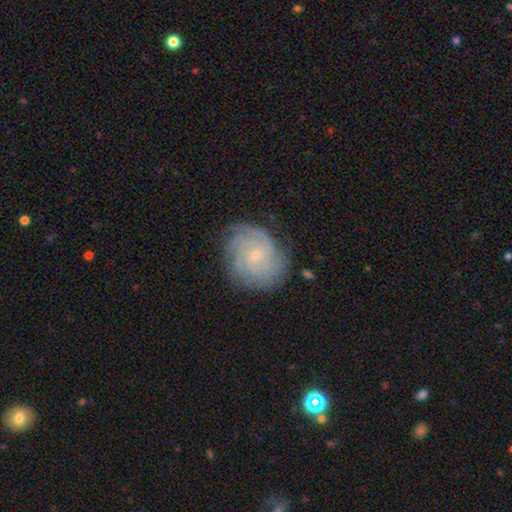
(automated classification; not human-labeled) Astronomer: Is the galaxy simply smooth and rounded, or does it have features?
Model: featured or disk — 79%.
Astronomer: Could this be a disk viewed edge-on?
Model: no — 98%.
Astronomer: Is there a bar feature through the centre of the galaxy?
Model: no — 72%.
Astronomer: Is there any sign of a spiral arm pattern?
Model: yes — 96%.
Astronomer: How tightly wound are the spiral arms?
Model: tight — 73%.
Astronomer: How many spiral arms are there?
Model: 4 — 30% (runner-up: can't tell, 27%).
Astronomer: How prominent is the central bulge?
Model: small — 81%.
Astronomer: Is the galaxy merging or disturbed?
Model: none — 79%.